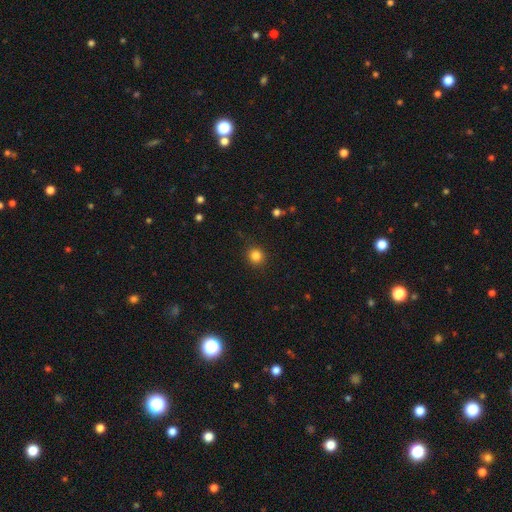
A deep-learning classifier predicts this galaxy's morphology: A smooth galaxy with no disk features (84%) that is round (88%).

Vote fractions:
- Smooth or featured? smooth: 84% / star or artifact: 12% / featured or disk: 4%
- How rounded? round: 88% / in between: 11% / cigar-shaped: 1%
- Merging? none: 89% / minor disturbance: 8% / major disturbance: 2% / merger: 1%